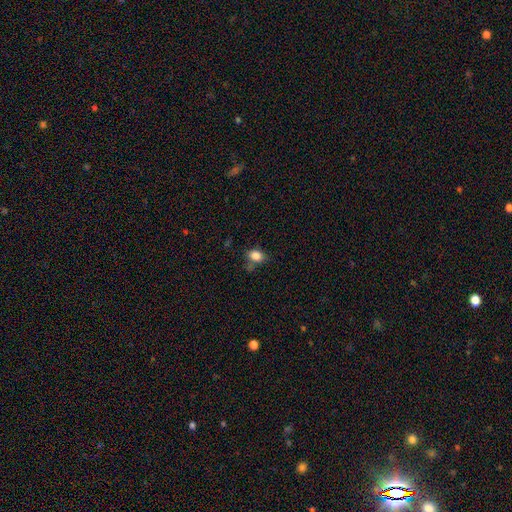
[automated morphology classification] Smooth or featured: smooth — 83% (star or artifact — 10%)
How rounded: in between — 66% (round — 32%)
Merging: none — 62% (minor disturbance — 25%)